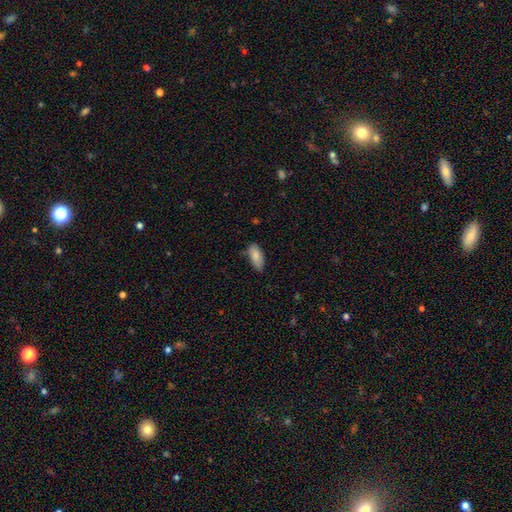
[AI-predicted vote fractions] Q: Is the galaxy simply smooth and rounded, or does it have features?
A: smooth — 85%.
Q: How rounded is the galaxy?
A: in between — 86%.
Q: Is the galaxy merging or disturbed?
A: none — 68%.